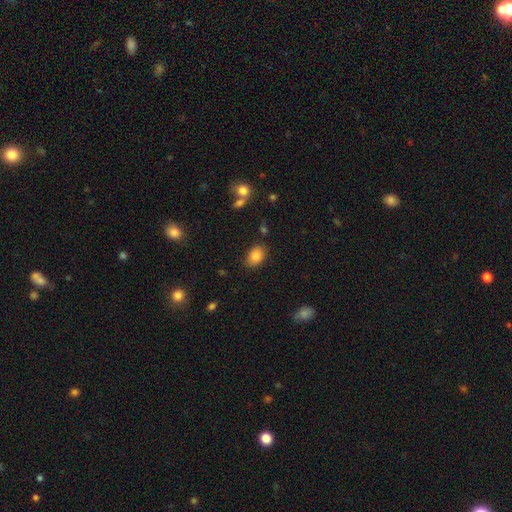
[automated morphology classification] A smooth galaxy with no disk features (84%) that is in between round and cigar-shaped (78%).

Vote fractions:
- Smooth or featured? smooth: 84% / star or artifact: 9% / featured or disk: 7%
- How rounded? in between: 78% / round: 21% / cigar-shaped: 1%
- Merging? none: 80% / minor disturbance: 14% / major disturbance: 3% / merger: 3%